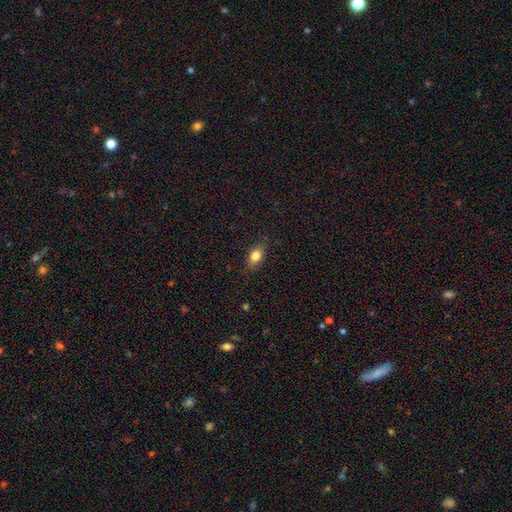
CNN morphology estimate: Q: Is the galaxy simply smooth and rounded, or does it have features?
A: smooth — 79%.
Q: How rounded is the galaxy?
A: in between — 79%.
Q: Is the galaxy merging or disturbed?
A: none — 82%.